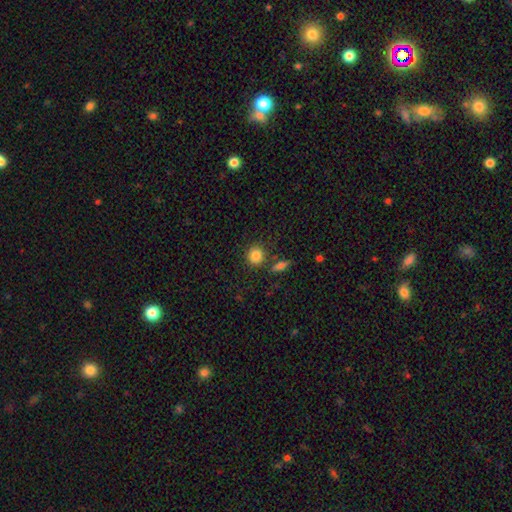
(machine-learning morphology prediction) Smooth or featured: smooth — 84% (star or artifact — 9%)
How rounded: round — 85% (in between — 14%)
Merging: none — 78% (minor disturbance — 10%)